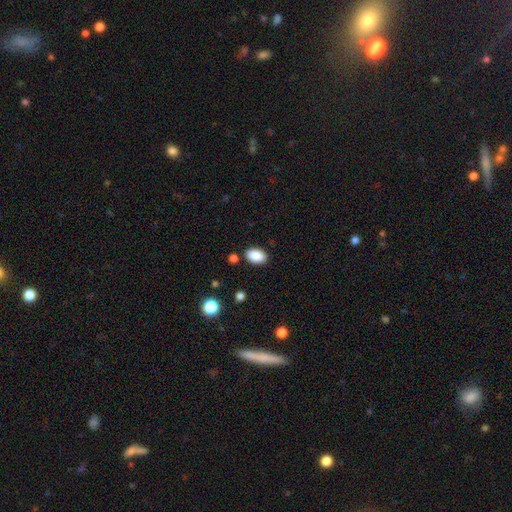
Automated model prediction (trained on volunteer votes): A smooth galaxy with no disk features (89%) that is in between round and cigar-shaped (91%). Merging: none (85%).